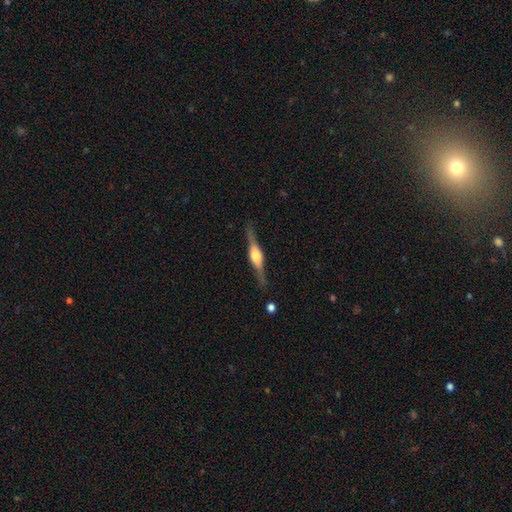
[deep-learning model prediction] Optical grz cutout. It shows a featured or disk galaxy (79%) viewed edge-on (97%) with a rounded central bulge (85%). Merging: none (86%).